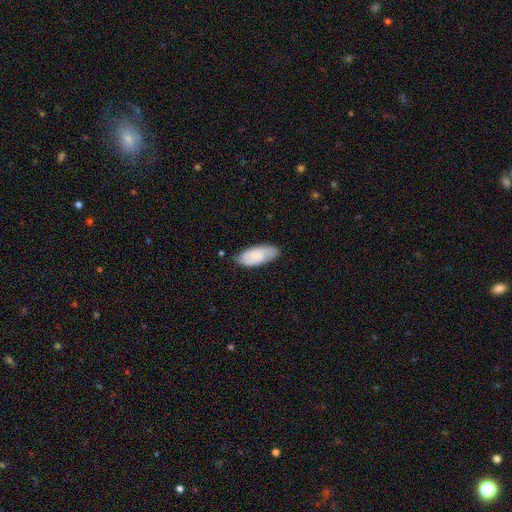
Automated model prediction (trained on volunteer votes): smooth-or-featured: smooth: 75% | featured or disk: 19% | star or artifact: 6%
  how-rounded: in between: 86% | cigar-shaped: 13% | round: 2%
  merging: none: 74% | minor disturbance: 20% | major disturbance: 3% | merger: 2%